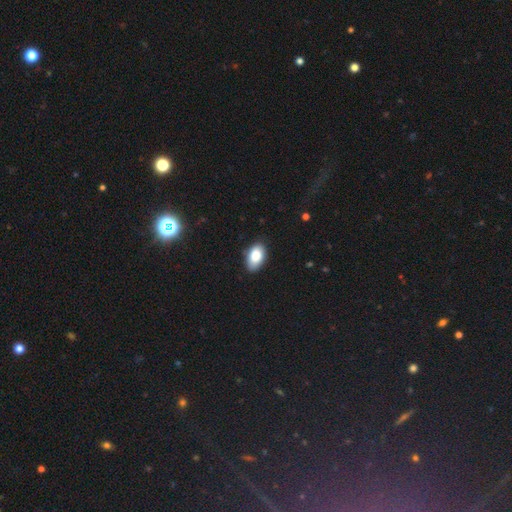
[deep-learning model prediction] Morphology: type=smooth (85%); roundness=in between (94%); merging=none (84%).